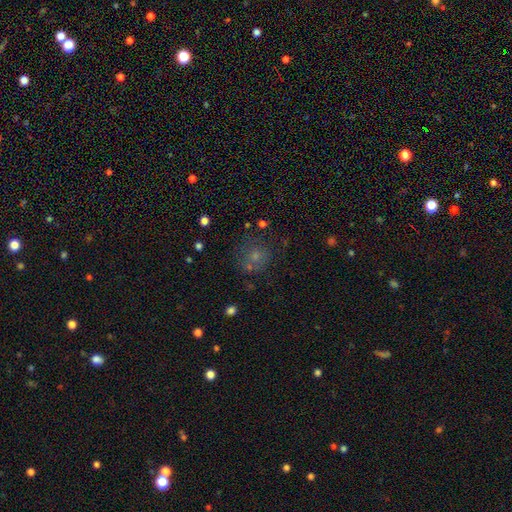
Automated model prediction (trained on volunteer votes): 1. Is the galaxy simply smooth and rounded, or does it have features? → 63% smooth, 22% star or artifact, 15% featured or disk.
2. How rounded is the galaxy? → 84% round, 15% in between, 1% cigar-shaped.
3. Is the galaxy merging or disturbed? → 63% none, 15% minor disturbance, 13% merger, 9% major disturbance.